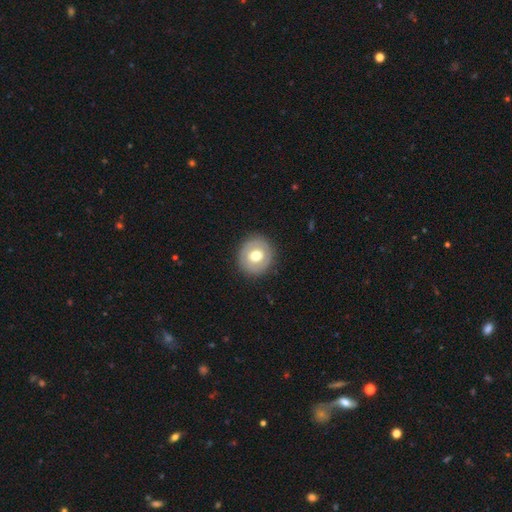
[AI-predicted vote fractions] This is possibly a smooth galaxy (59%). How rounded: clearly round (90%). Merging: clearly none (88%).